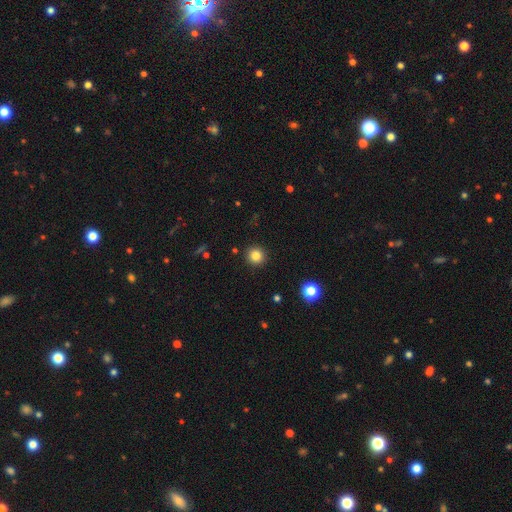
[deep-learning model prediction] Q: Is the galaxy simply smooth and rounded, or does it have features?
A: smooth — 83%.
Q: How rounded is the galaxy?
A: round — 95%.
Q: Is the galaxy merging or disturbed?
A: none — 92%.